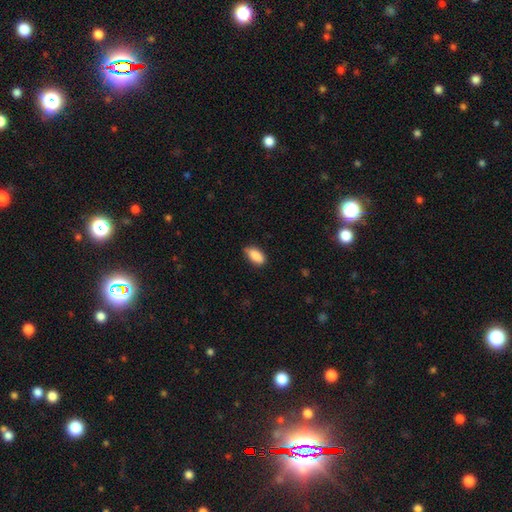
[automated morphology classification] smooth 87%, star or artifact 7%, featured or disk 6%. Down the decision tree: how rounded — in between (89%); merging — none (75%).